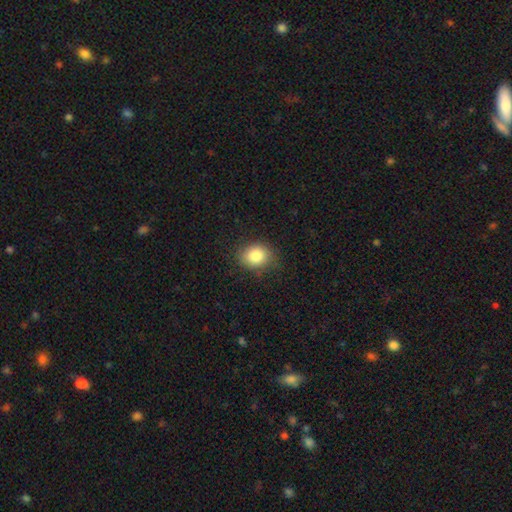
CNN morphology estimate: Smooth or featured? Predicted: smooth (p=0.85). How rounded? Predicted: round (p=0.56). Merging? Predicted: none (p=0.81).